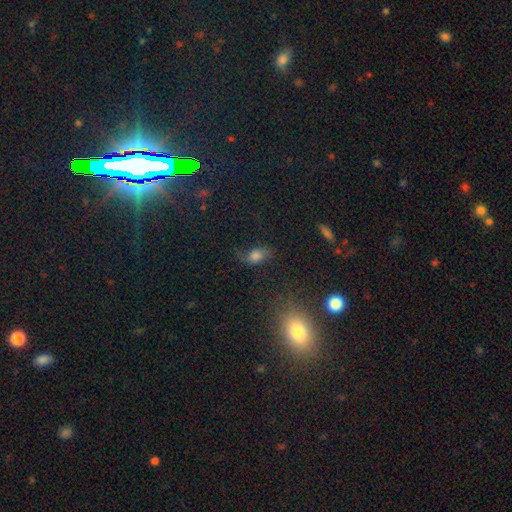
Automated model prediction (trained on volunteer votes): Morphology: type=smooth (55%); roundness=in between (81%); merging=none (53%).